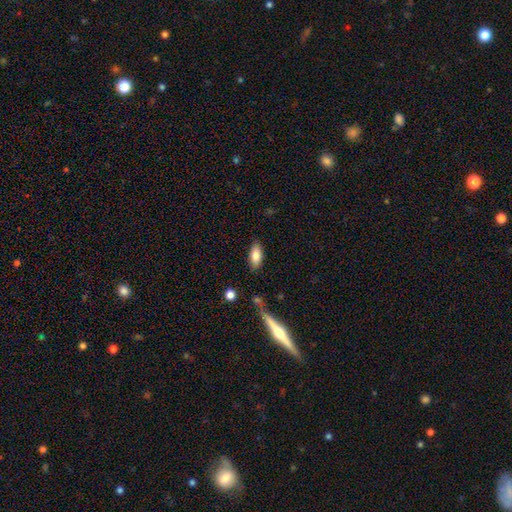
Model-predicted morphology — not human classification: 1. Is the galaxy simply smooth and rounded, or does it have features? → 83% smooth, 10% featured or disk, 7% star or artifact.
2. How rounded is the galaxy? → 83% in between, 15% cigar-shaped, 2% round.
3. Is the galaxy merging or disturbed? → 82% none, 12% minor disturbance, 3% major disturbance, 3% merger.